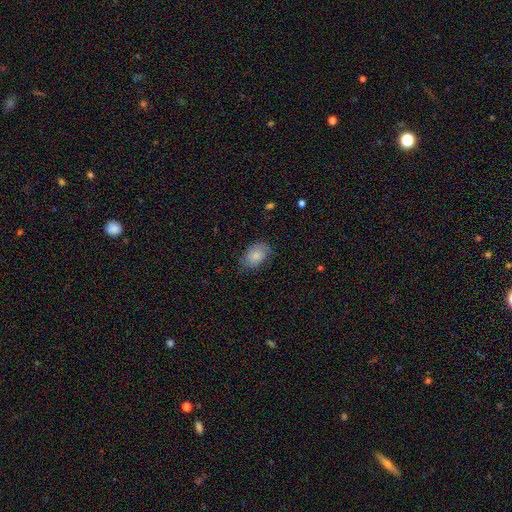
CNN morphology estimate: smooth-or-featured: smooth: 76% | featured or disk: 16% | star or artifact: 7%
  how-rounded: in between: 84% | round: 15% | cigar-shaped: 1%
  merging: none: 67% | minor disturbance: 25% | major disturbance: 7% | merger: 1%